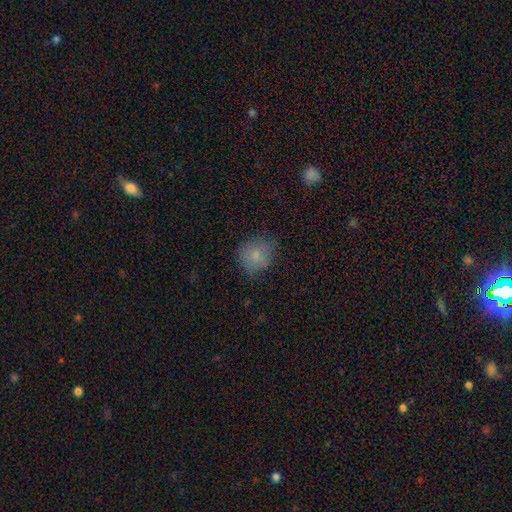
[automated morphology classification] smooth 79%, featured or disk 11%, star or artifact 10%. Down the decision tree: how rounded — round (81%); merging — none (70%).